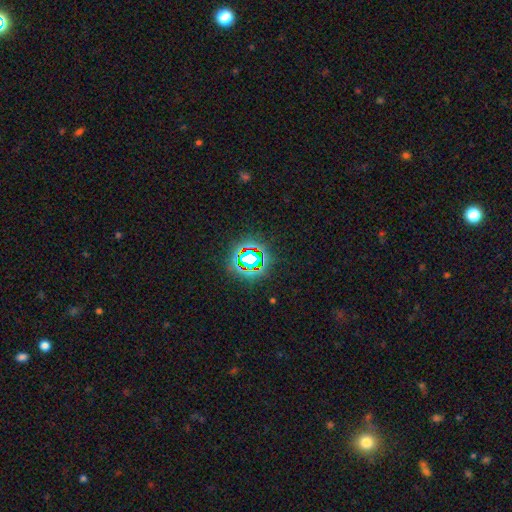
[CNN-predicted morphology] Overall: star or artifact (72%).